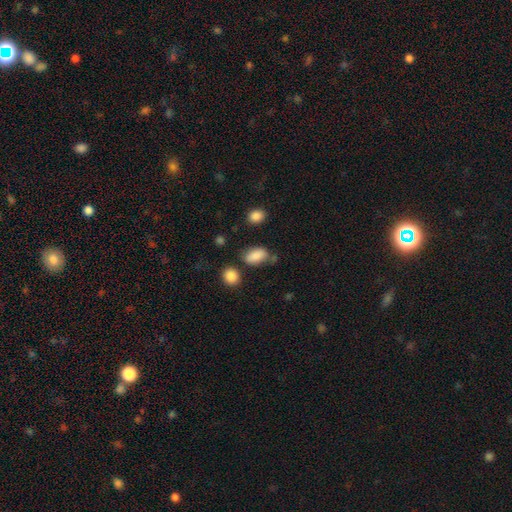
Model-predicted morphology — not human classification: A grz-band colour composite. It shows a smooth galaxy with no disk features (86%) that is in between round and cigar-shaped (89%). Merging: none (66%).